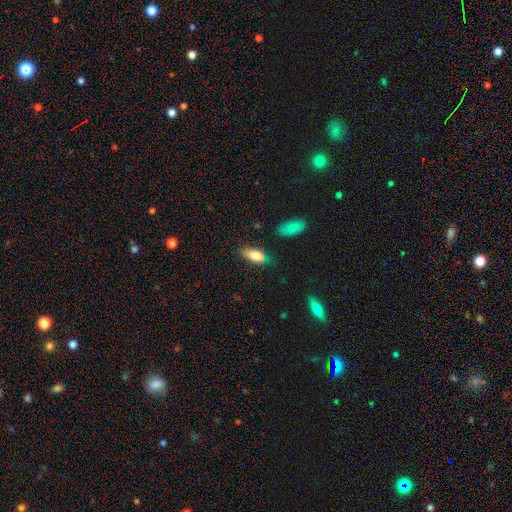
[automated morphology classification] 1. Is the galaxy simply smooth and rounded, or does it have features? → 79% smooth, 14% featured or disk, 7% star or artifact.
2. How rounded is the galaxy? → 84% in between, 12% cigar-shaped, 4% round.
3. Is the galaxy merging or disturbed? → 74% none, 19% minor disturbance, 4% major disturbance, 3% merger.